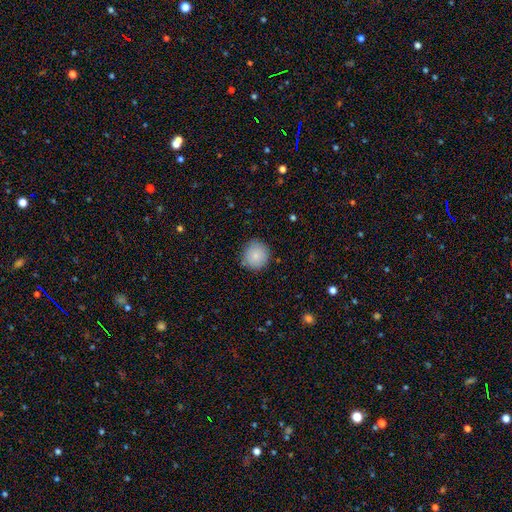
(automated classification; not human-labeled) Overall: smooth (85%). How rounded: round (92%). Merging: none (85%).